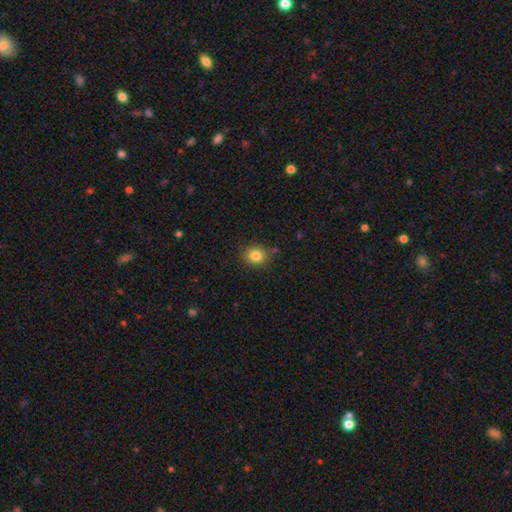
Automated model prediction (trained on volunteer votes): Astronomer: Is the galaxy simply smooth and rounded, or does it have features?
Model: smooth — 83%.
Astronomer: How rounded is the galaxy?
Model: round — 73%.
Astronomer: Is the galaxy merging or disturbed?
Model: none — 83%.